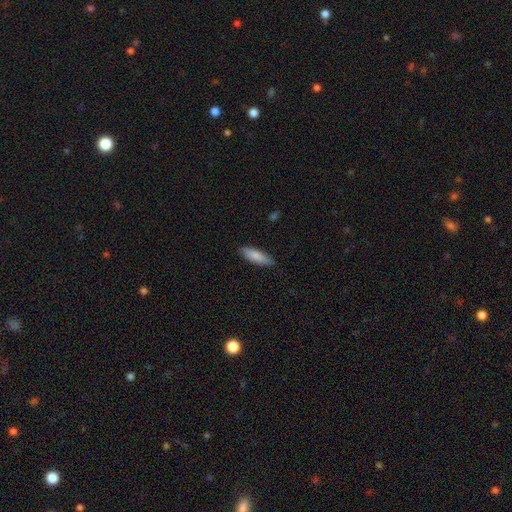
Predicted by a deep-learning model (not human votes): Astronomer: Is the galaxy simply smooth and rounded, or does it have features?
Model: smooth — 82%.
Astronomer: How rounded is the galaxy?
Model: in between — 51% (runner-up: cigar-shaped, 48%).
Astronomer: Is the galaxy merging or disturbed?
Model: none — 86%.